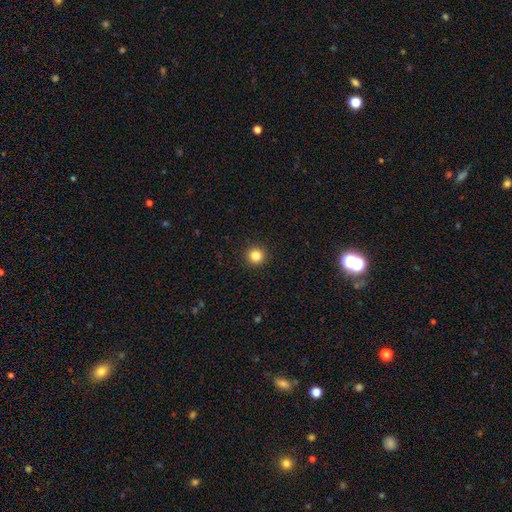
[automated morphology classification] smooth 84%, star or artifact 11%, featured or disk 4%. Down the decision tree: how rounded — round (95%); merging — none (93%).